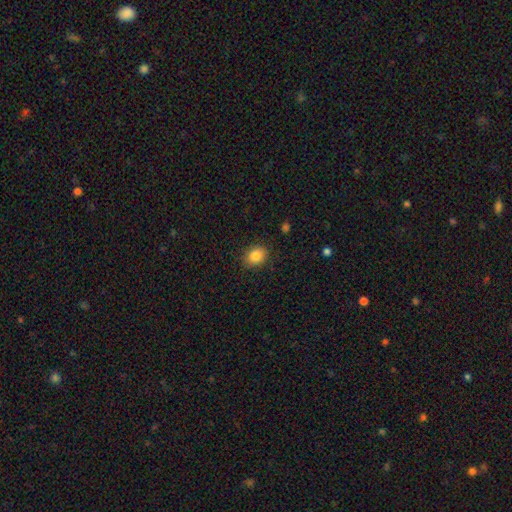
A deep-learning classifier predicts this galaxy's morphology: This is clearly a smooth galaxy (85%). How rounded: possibly in between (51%). Merging: clearly none (87%).